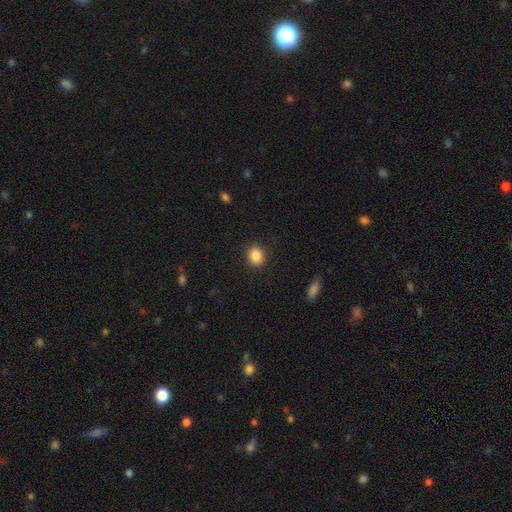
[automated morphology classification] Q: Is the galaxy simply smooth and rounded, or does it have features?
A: smooth — 88%.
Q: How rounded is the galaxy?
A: round — 62%.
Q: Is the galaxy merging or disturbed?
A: none — 90%.